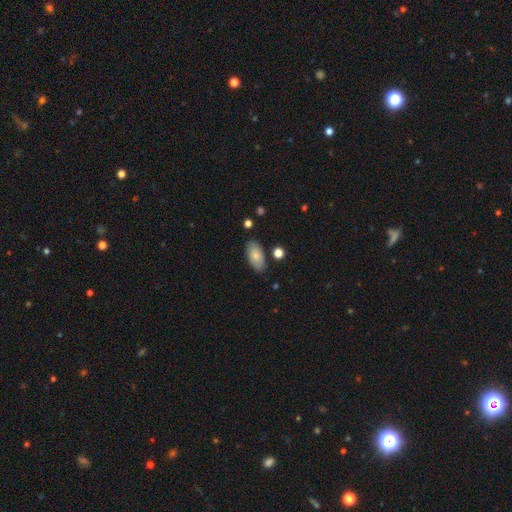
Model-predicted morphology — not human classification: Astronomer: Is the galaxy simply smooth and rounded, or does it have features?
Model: smooth — 79%.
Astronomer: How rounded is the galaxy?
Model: in between — 92%.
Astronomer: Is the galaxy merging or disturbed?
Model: none — 83%.